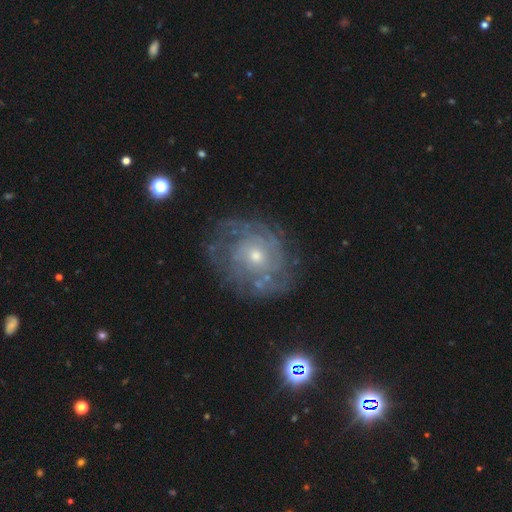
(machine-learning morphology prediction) This appears to be a featured or disk galaxy (80%) with no bar (80%), tight (69%) spiral arms (87%) and a small central bulge (55%). Merging: none (71%).